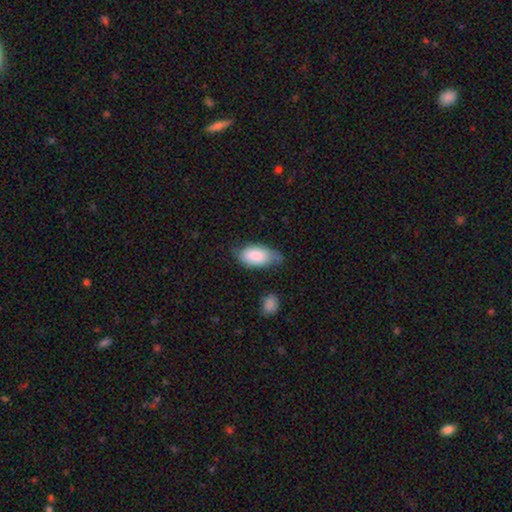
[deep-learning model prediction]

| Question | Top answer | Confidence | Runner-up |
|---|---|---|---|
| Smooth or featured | smooth | 81% | featured or disk (13%) |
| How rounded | in between | 93% | round (3%) |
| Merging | none | 50% | minor disturbance (37%) |